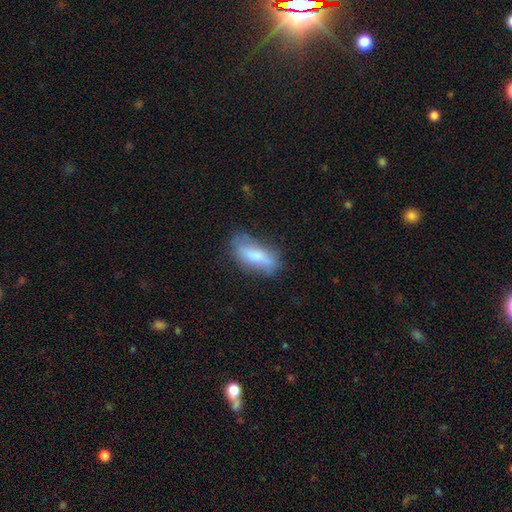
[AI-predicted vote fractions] Smooth or featured? smooth (65%)
How rounded? in between (74%)
Merging? none (64%)